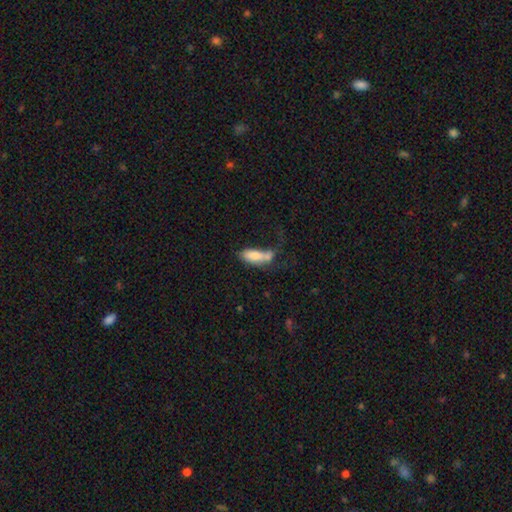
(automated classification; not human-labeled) A smooth galaxy with no disk features (76%) that is in between round and cigar-shaped (66%). Merging: none (29%).